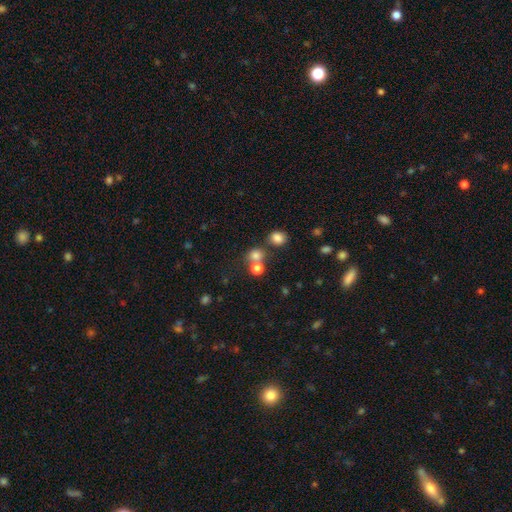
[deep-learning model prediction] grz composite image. It shows a smooth galaxy with no disk features (76%) that is round (78%). Merging: none (55%).